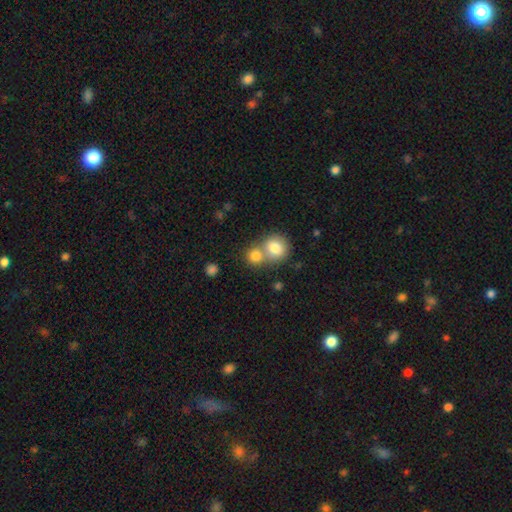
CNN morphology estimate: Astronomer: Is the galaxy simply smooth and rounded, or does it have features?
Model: smooth — 80%.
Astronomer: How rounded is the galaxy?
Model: round — 83%.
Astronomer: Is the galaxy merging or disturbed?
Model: merger — 52% (runner-up: none, 40%).